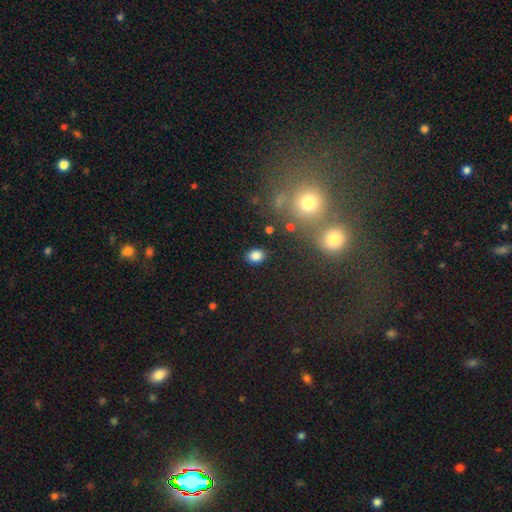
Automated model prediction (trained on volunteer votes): Overall: smooth (83%). How rounded: in between (59%; round 40%). Merging: none (86%).